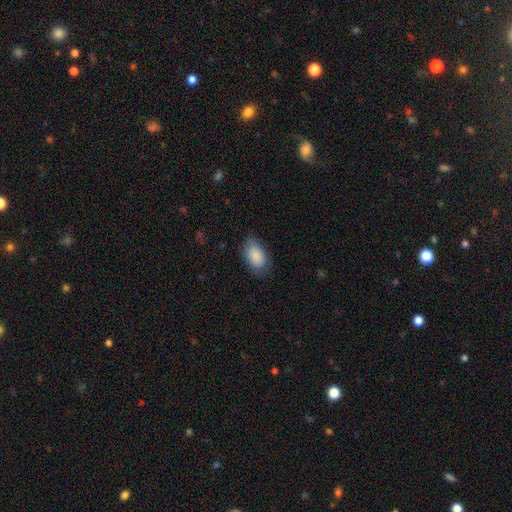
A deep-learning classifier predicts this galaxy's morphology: type=smooth (87%); roundness=in between (92%); merging=none (74%).